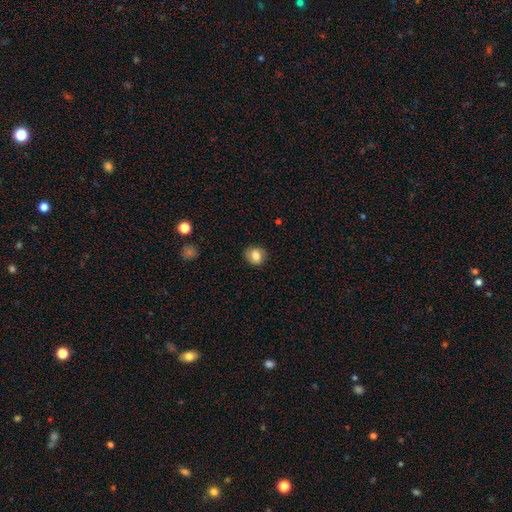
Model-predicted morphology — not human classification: Q: Smooth or featured?
A: smooth (78%); runner-up: featured or disk (13%)
Q: How rounded?
A: round (73%); runner-up: in between (26%)
Q: Merging?
A: none (84%); runner-up: minor disturbance (12%)